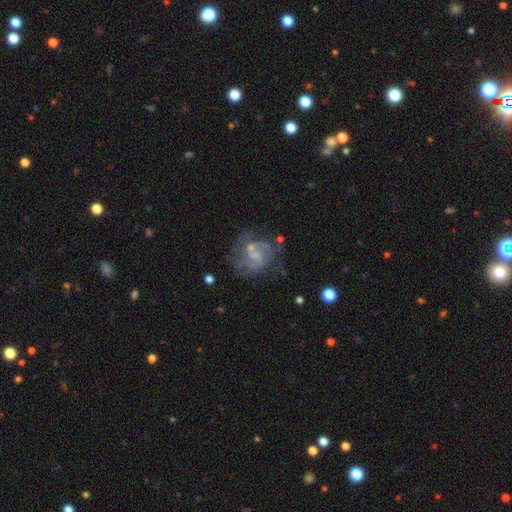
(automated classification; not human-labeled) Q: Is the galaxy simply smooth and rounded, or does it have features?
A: featured or disk — 80%.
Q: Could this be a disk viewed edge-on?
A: no — 98%.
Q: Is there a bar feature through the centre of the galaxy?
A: weak — 46%.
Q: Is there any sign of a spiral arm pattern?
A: yes — 90%.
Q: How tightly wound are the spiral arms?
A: medium — 49%.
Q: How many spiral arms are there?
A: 2 — 64%.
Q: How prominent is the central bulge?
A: small — 49%.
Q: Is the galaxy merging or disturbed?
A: none — 58%.